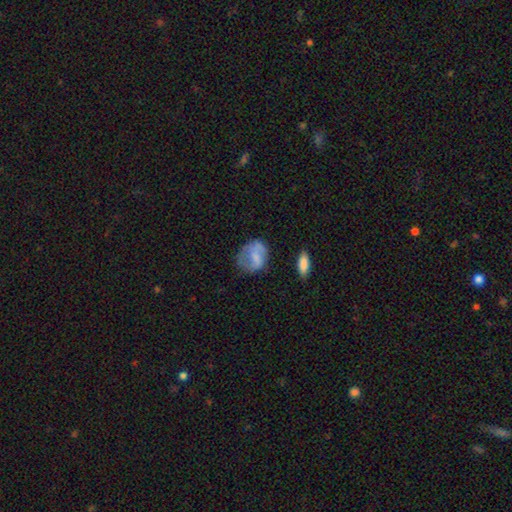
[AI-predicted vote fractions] Overall: smooth (62%; featured or disk 30%). How rounded: round (55%; in between 43%). Merging: none (50%; minor disturbance 27%).